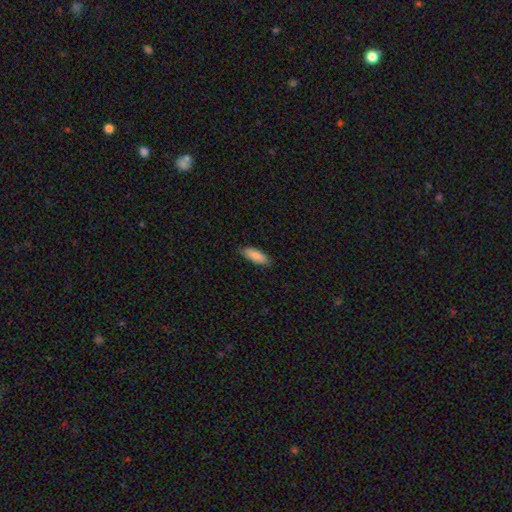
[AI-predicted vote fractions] smooth-or-featured: smooth: 87% | featured or disk: 8% | star or artifact: 6%
  how-rounded: in between: 68% | cigar-shaped: 30% | round: 2%
  merging: none: 82% | minor disturbance: 14% | major disturbance: 2% | merger: 1%